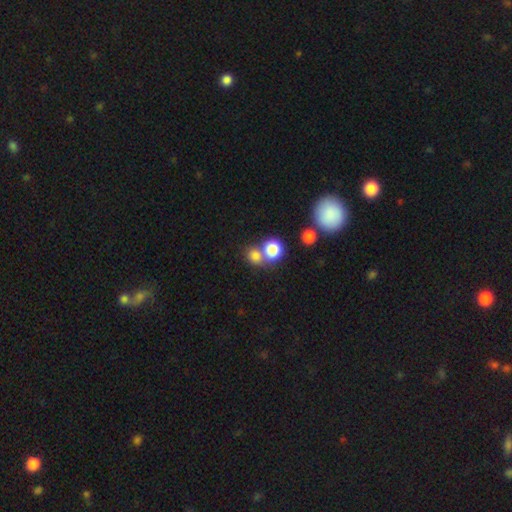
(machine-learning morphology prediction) This is likely a smooth galaxy (79%). How rounded: likely round (78%). Merging: possibly merger (49%).